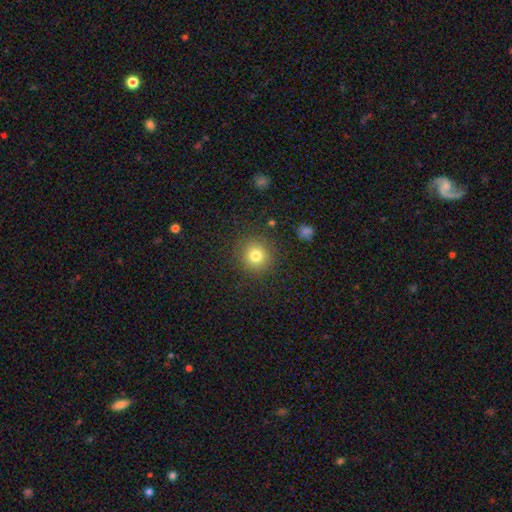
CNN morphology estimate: Overall: smooth (79%). How rounded: round (93%). Merging: none (88%).